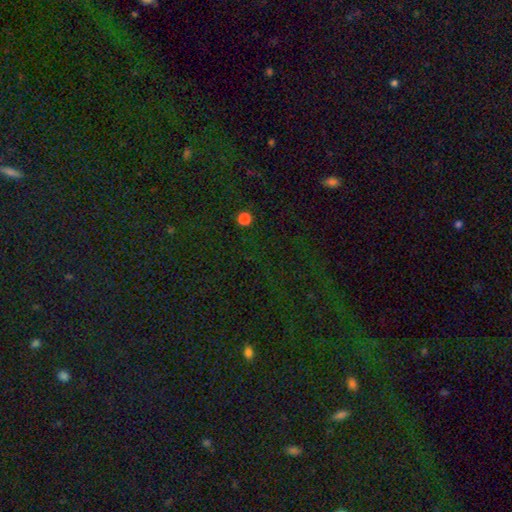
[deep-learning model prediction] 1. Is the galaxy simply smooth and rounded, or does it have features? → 75% star or artifact, 16% smooth, 9% featured or disk.